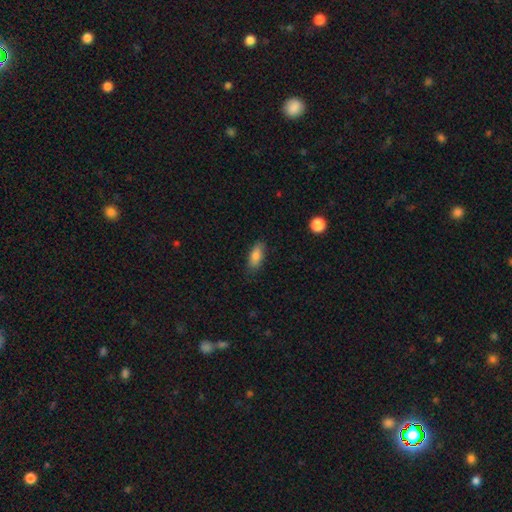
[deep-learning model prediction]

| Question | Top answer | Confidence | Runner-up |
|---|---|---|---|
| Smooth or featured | smooth | 83% | featured or disk (10%) |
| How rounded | in between | 81% | cigar-shaped (16%) |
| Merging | none | 82% | minor disturbance (14%) |